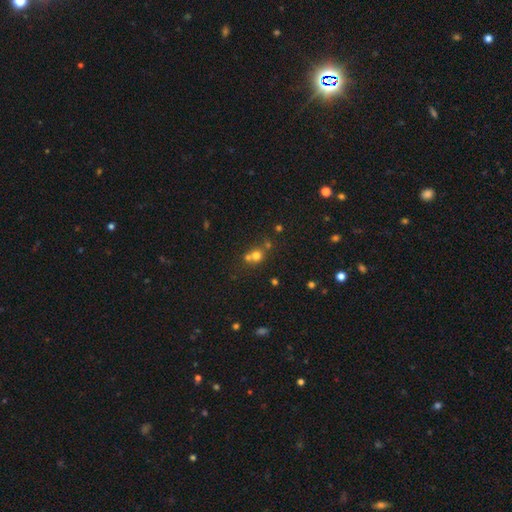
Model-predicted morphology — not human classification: A smooth galaxy with no disk features (66%) that is round (83%). Merging: none (45%).